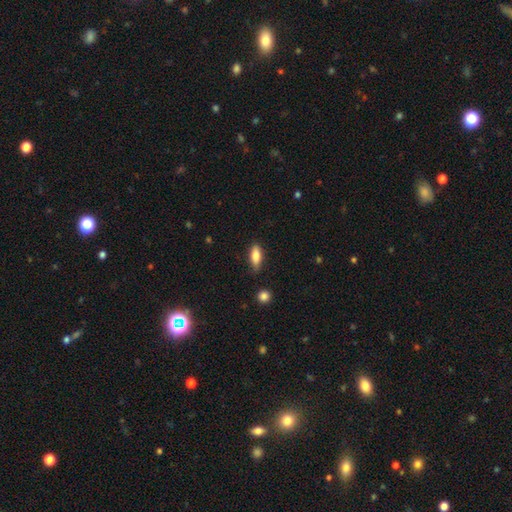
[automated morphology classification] Smooth or featured? Predicted: smooth (p=0.81). How rounded? Predicted: in between (p=0.72). Merging? Predicted: none (p=0.75).